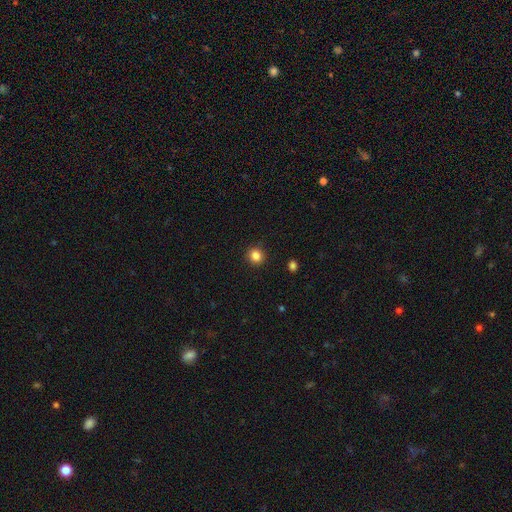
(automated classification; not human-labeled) This is clearly a smooth galaxy (85%). How rounded: clearly round (88%). Merging: clearly none (91%).